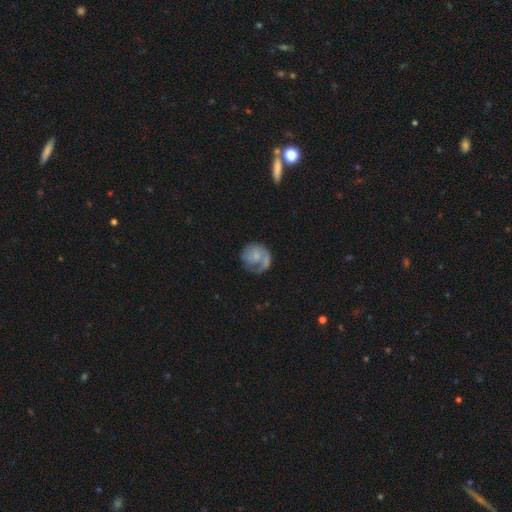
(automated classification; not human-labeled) The model was most divided on "smooth or featured": featured or disk: 55%, smooth: 38%, star or artifact: 7%. More confident: edge-on disk — no (98%); spiral arms — yes (76%); bar — no (75%); merging — none (54%); bulge size — small (51%).